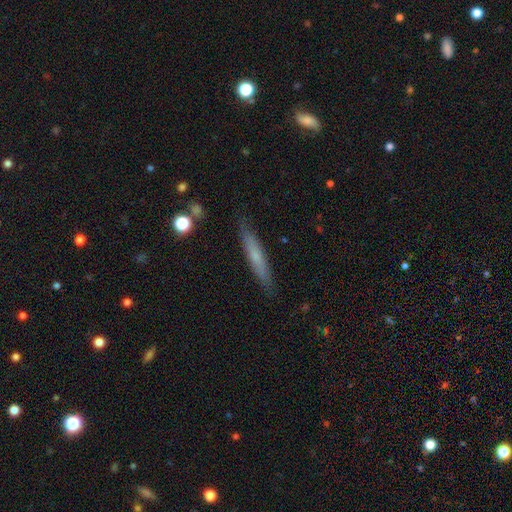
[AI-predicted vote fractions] This is possibly a smooth galaxy (57%). How rounded: clearly cigar-shaped (93%). Merging: clearly none (87%).